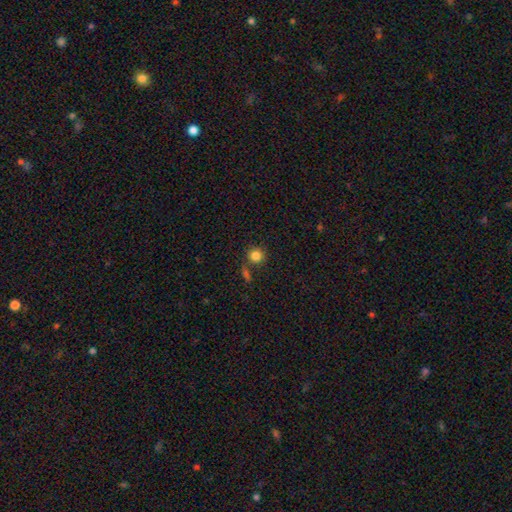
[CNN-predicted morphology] A smooth galaxy with no disk features (83%) that is round (91%).

Vote fractions:
- Smooth or featured? smooth: 83% / star or artifact: 11% / featured or disk: 6%
- How rounded? round: 91% / in between: 8% / cigar-shaped: 1%
- Merging? none: 75% / merger: 12% / minor disturbance: 9% / major disturbance: 4%